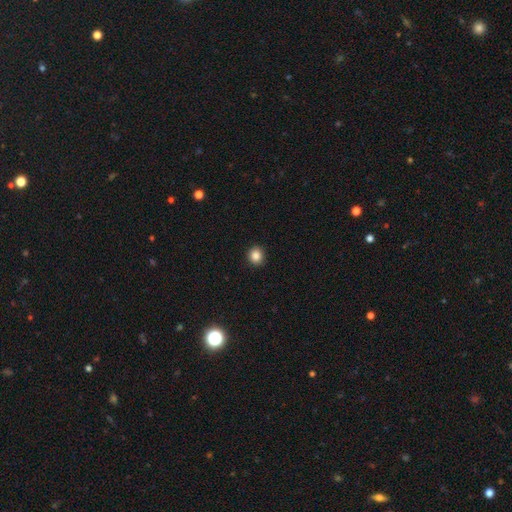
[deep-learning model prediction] Smooth or featured: smooth — 85% (star or artifact — 11%)
How rounded: round — 88% (in between — 11%)
Merging: none — 92% (minor disturbance — 5%)